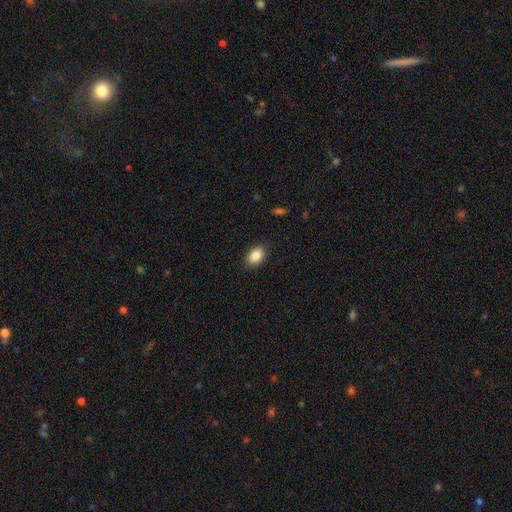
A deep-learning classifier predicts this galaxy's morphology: type=smooth (87%); roundness=in between (90%); merging=none (89%).